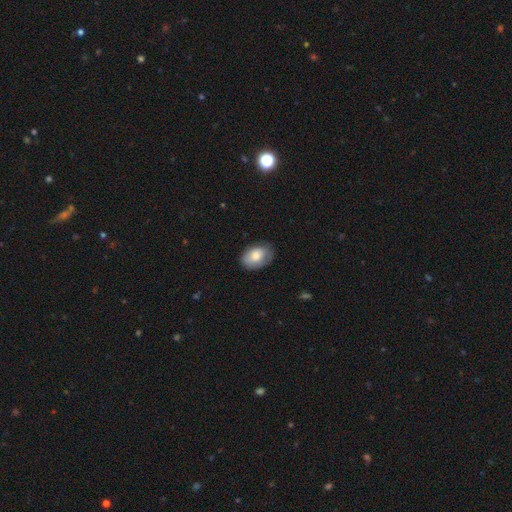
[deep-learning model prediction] smooth-or-featured: smooth: 75% | featured or disk: 18% | star or artifact: 7%
  how-rounded: in between: 84% | round: 15% | cigar-shaped: 1%
  merging: none: 72% | minor disturbance: 22% | major disturbance: 6% | merger: 1%